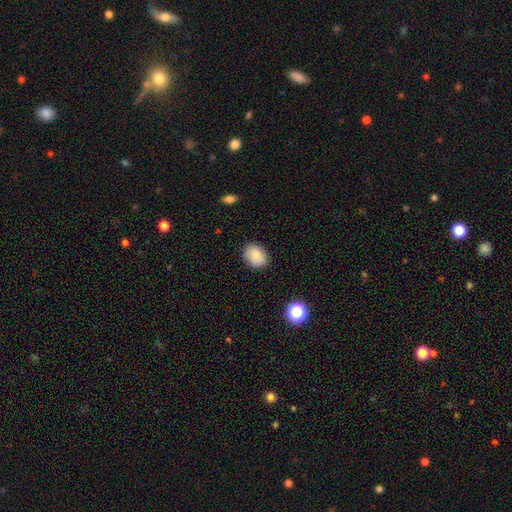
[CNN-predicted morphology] A smooth galaxy with no disk features (87%) that is in between round and cigar-shaped (72%). Merging: none (85%).